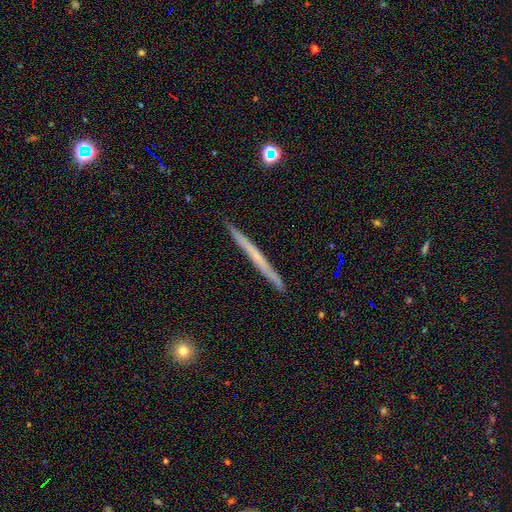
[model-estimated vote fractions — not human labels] Smooth or featured?
  - featured or disk: 55% *
  - smooth: 36%
  - star or artifact: 9%
Edge-on disk?
  - yes: 97% *
  - no: 3%
Edge-on bulge?
  - none: 86% *
  - rounded: 11%
  - boxy: 3%
Merging?
  - none: 92% *
  - minor disturbance: 6%
  - major disturbance: 1%
  - merger: 1%